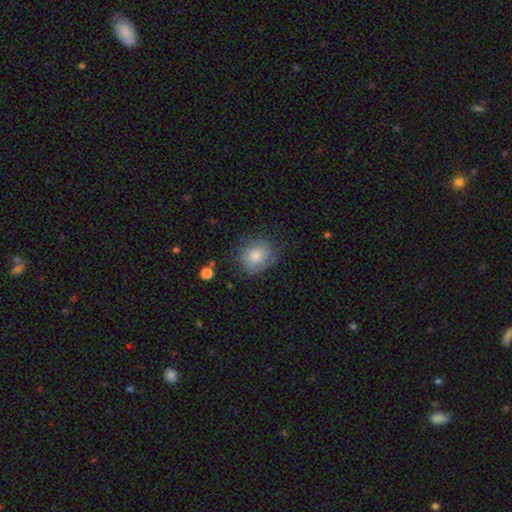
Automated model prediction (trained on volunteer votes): Overall: smooth (66%). How rounded: round (65%; in between 34%). Merging: none (69%).